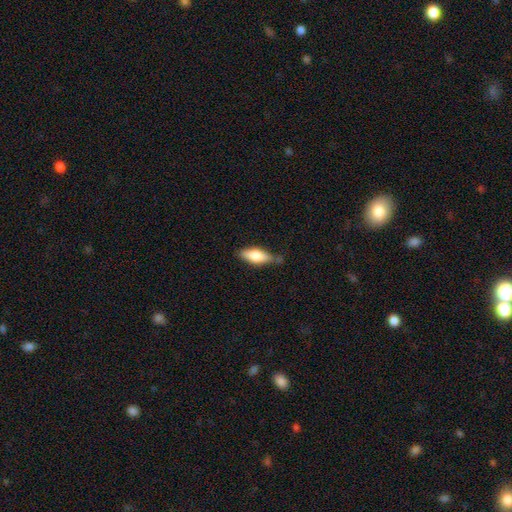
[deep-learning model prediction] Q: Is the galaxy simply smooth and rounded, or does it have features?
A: smooth — 69%.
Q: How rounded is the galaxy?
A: in between — 70%.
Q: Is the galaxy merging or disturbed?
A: none — 64%.